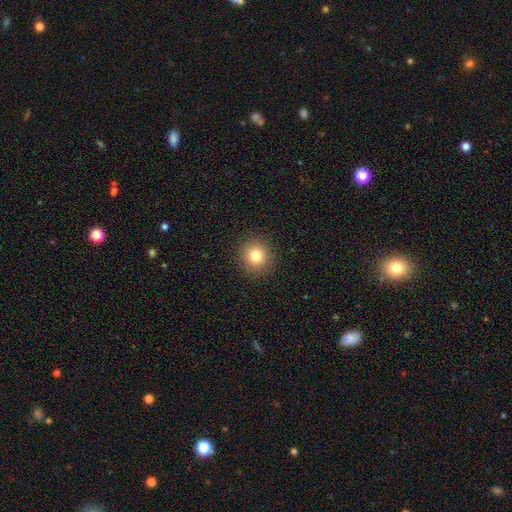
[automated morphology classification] A smooth galaxy with no disk features (81%) that is round (90%). Merging: none (91%).